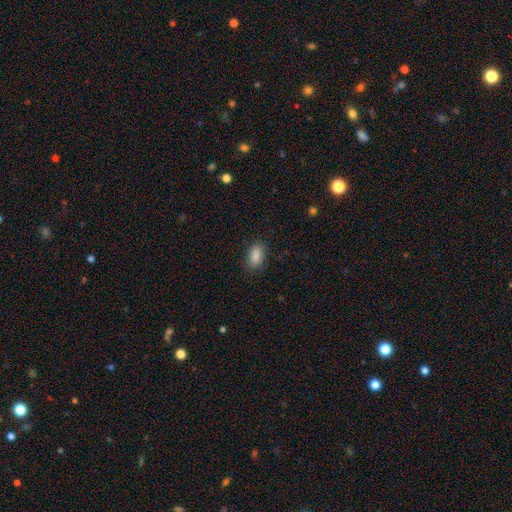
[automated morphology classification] Smooth or featured: smooth — 88% (star or artifact — 8%)
How rounded: in between — 90% (round — 6%)
Merging: none — 83% (minor disturbance — 12%)